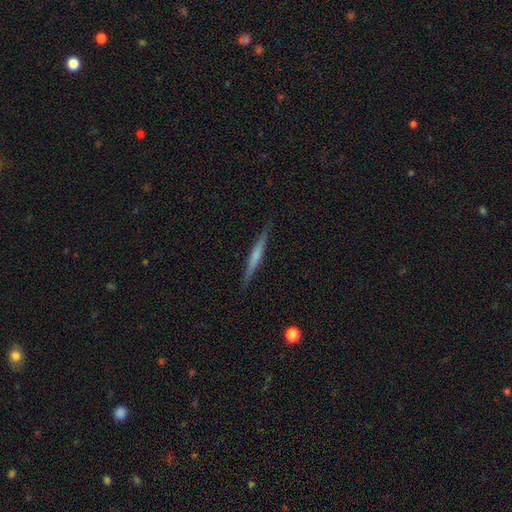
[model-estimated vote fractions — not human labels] Smooth or featured? featured or disk (53%)
Edge-on disk? yes (97%)
Edge-on bulge? none (56%)
Merging? none (89%)